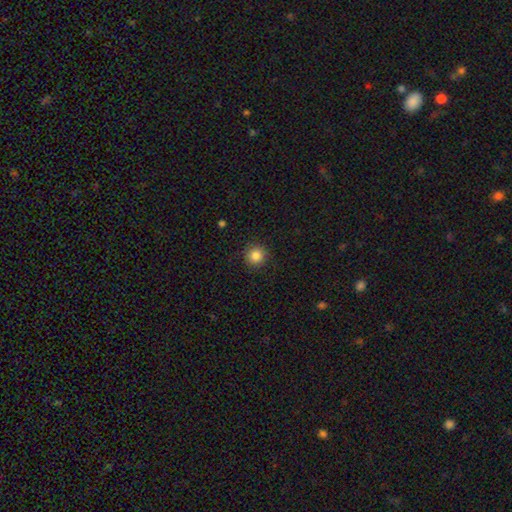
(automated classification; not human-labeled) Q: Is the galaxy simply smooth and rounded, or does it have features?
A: smooth — 84%.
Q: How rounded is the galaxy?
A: round — 95%.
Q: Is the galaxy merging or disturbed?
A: none — 90%.